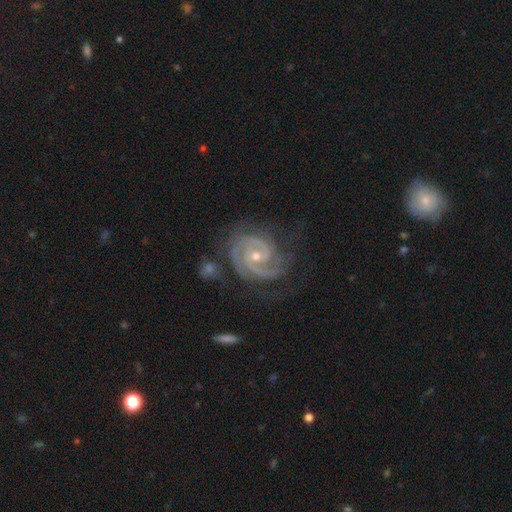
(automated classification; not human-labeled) Smooth or featured: featured or disk — 92% (star or artifact — 4%)
Edge-on disk: no — 98% (yes — 2%)
Bar: no — 63% (weak — 28%)
Spiral arms: yes — 98% (no — 2%)
Spiral winding: tight — 73% (medium — 24%)
Spiral arm count: 2 — 53% (3 — 27%)
Bulge size: moderate — 53% (small — 44%)
Merging: none — 66% (minor disturbance — 21%)